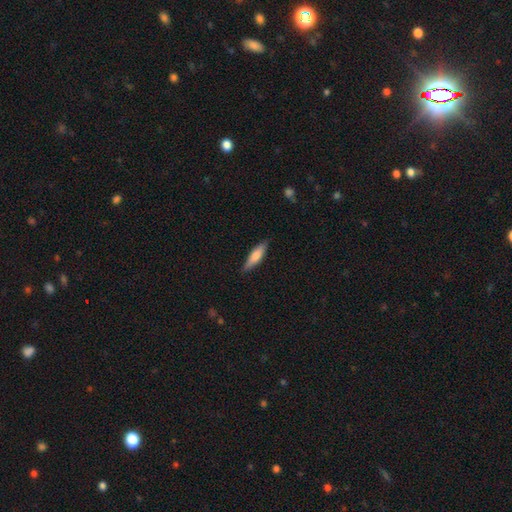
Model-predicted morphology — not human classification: This appears to be a smooth galaxy with no disk features (71%) that is cigar-shaped (67%). Merging: none (85%).